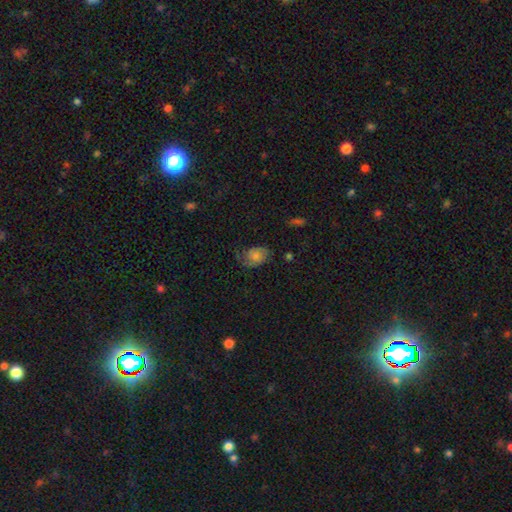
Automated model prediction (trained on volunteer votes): smooth_or_featured: smooth (p=0.51) [alt: featured or disk p=0.38]
how_rounded: in between (p=0.70) [alt: round p=0.29]
merging: none (p=0.50) [alt: minor disturbance p=0.29]